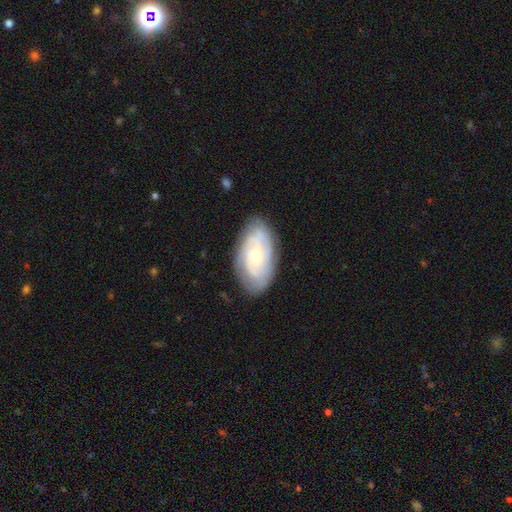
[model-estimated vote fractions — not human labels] Morphology: type=featured or disk (73%); edge-on=no (95%); bar=no (75%); spiral arms=yes (90%); winding=tight (68%); arm count=can't tell (45%); bulge=small (63%); merging=none (79%).